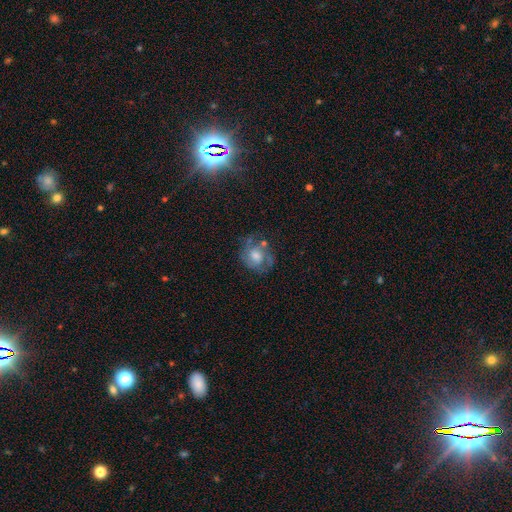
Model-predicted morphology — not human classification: type=featured or disk (66%); edge-on=no (97%); bar=no (64%); spiral arms=yes (83%); winding=medium (45%); arm count=2 (47%); bulge=moderate (53%); merging=none (63%).